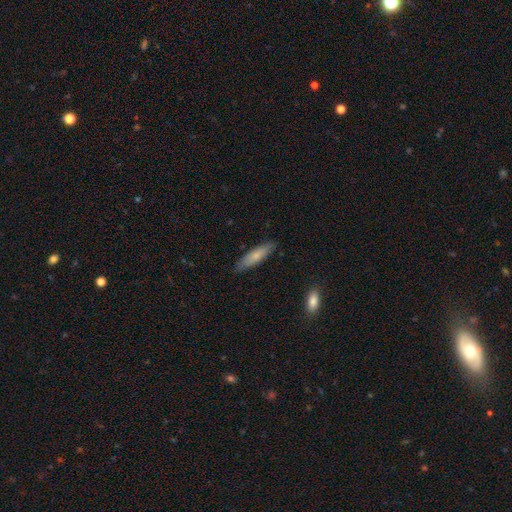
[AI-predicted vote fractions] Morphology: type=smooth (72%); roundness=cigar-shaped (73%); merging=none (86%).